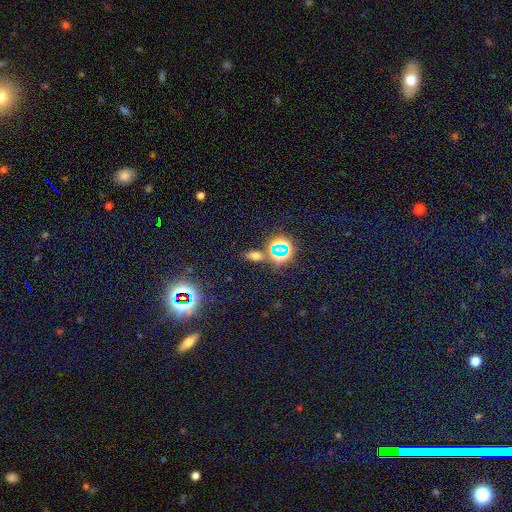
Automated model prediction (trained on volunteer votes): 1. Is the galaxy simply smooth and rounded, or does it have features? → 51% smooth, 39% star or artifact, 11% featured or disk.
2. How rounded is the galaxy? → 74% in between, 15% round, 11% cigar-shaped.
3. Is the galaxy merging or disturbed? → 76% none, 10% minor disturbance, 9% merger, 4% major disturbance.